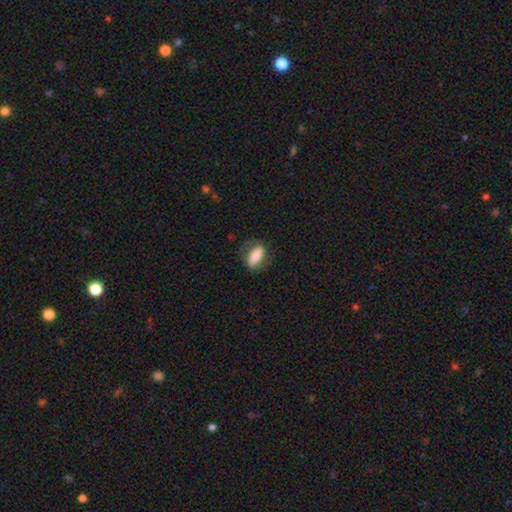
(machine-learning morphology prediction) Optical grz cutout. It shows a smooth galaxy with no disk features (62%) that is in between round and cigar-shaped (79%). Merging: none (74%).